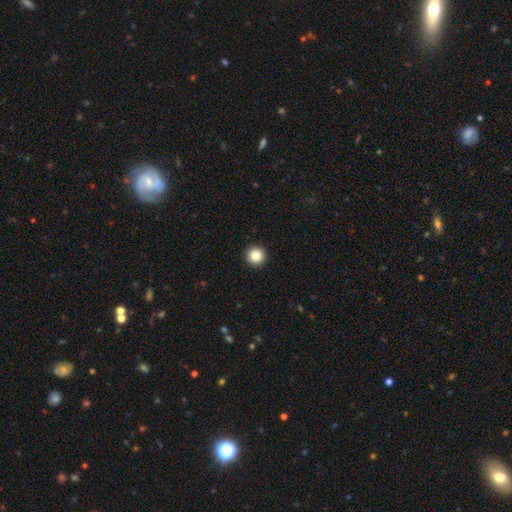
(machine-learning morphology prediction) Overall: smooth (85%). How rounded: round (97%). Merging: none (94%).